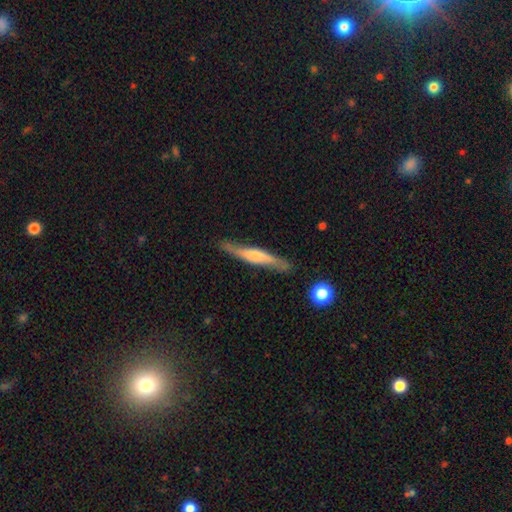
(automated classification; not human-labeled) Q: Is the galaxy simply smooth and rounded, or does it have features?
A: featured or disk — 51%.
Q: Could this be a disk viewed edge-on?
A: yes — 86%.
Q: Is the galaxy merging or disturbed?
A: none — 80%.